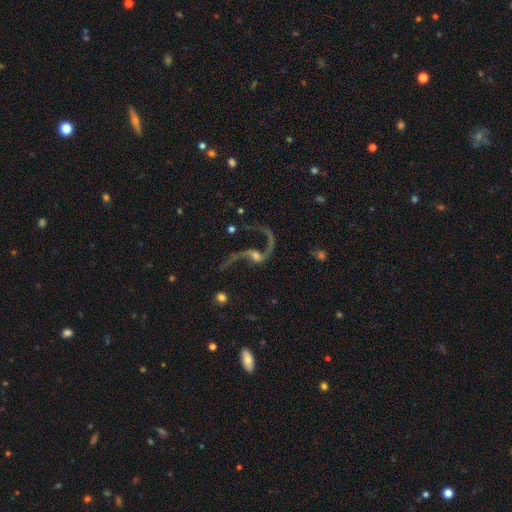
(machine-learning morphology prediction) A featured or disk galaxy (87%) with no bar (50%), 2 (90%) loose (90%) spiral arms (95%) and a moderate central bulge (44%). Merging: none (55%).